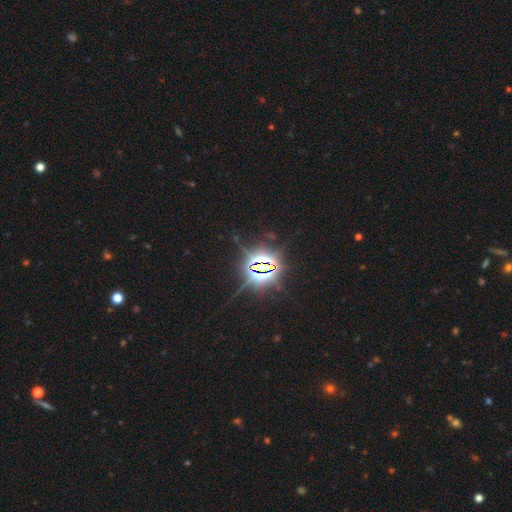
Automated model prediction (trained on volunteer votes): Smooth or featured? Predicted: star or artifact (p=0.86).